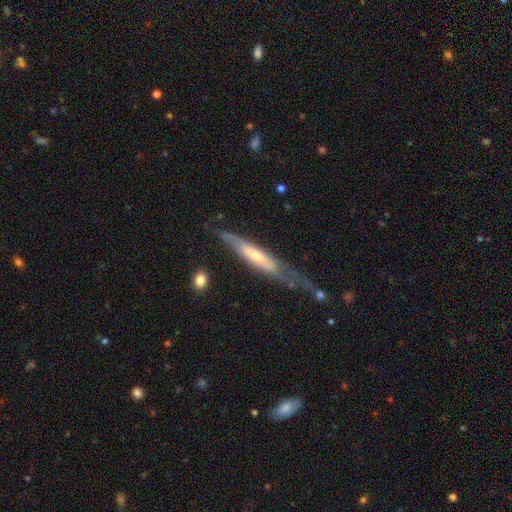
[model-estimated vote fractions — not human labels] Q: Smooth or featured?
A: featured or disk (65%); runner-up: smooth (29%)
Q: Edge-on disk?
A: yes (64%); runner-up: no (36%)
Q: Merging?
A: none (42%); runner-up: minor disturbance (28%)